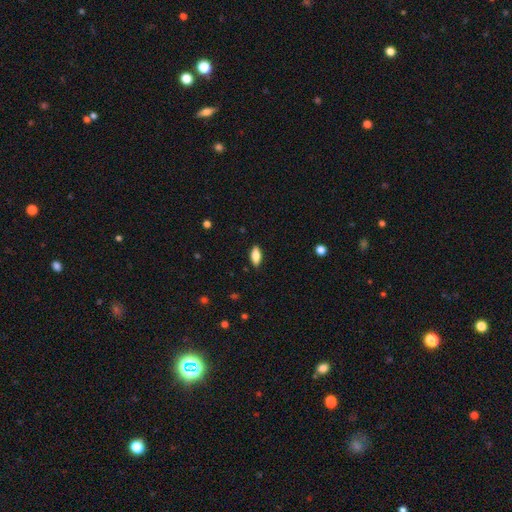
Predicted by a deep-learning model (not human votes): smooth 78%, featured or disk 15%, star or artifact 7%. Down the decision tree: how rounded — in between (81%); merging — none (87%).